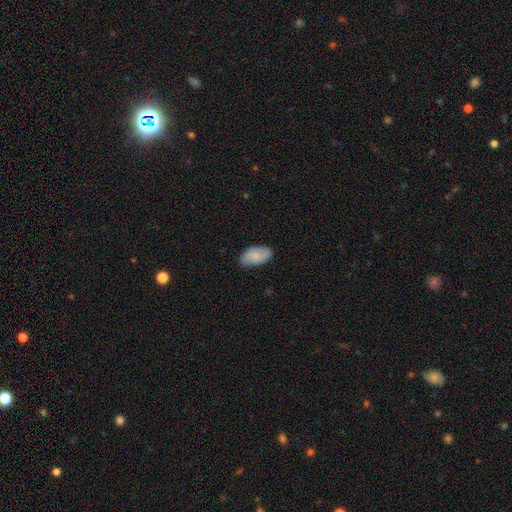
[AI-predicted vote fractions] The model was most divided on "smooth or featured": smooth: 69%, featured or disk: 25%, star or artifact: 6%. More confident: how rounded — in between (94%); merging — none (80%).